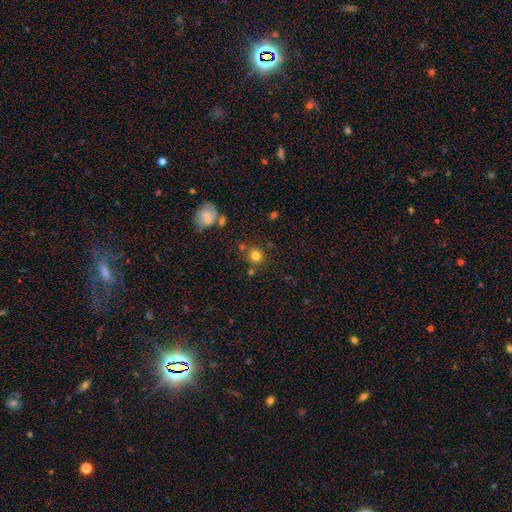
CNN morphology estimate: Smooth or featured: smooth — 79% (star or artifact — 14%)
How rounded: round — 86% (in between — 13%)
Merging: none — 75% (merger — 11%)